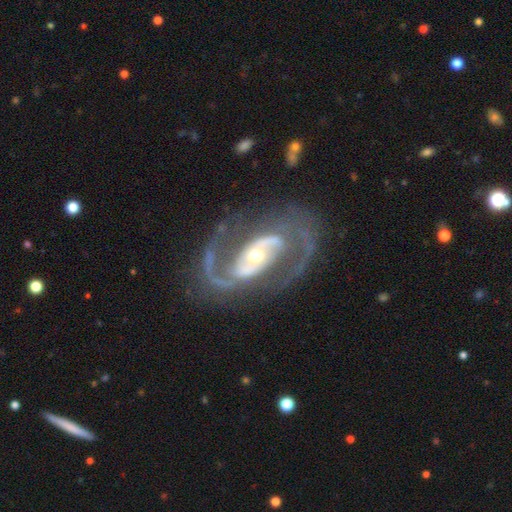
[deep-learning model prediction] Smooth or featured? Predicted: featured or disk (p=0.92). Edge-on disk? Predicted: no (p=0.97). Bar? Predicted: no (p=0.38). Spiral arms? Predicted: yes (p=0.97). Spiral winding? Predicted: medium (p=0.58). Spiral arm count? Predicted: 2 (p=0.91). Bulge size? Predicted: moderate (p=0.51). Merging? Predicted: none (p=0.76).